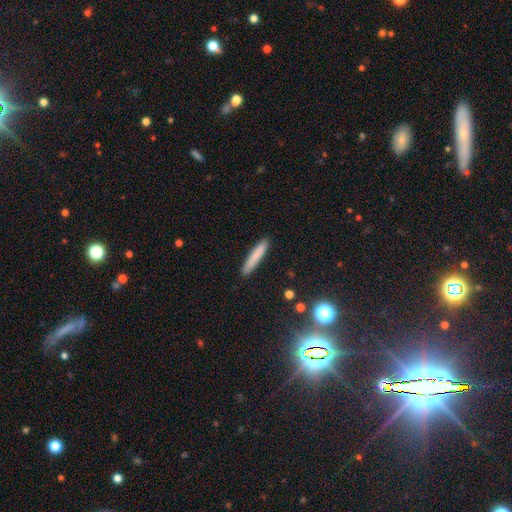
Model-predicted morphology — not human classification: Smooth or featured? smooth (81%)
How rounded? cigar-shaped (93%)
Merging? none (91%)